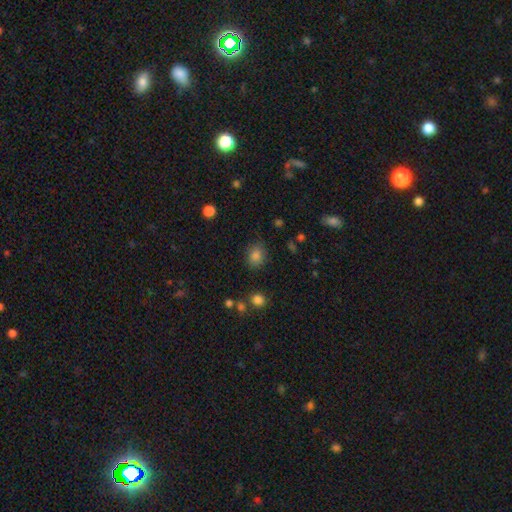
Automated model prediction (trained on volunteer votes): smooth 83%, star or artifact 12%, featured or disk 5%. Down the decision tree: how rounded — round (56%); merging — none (82%).